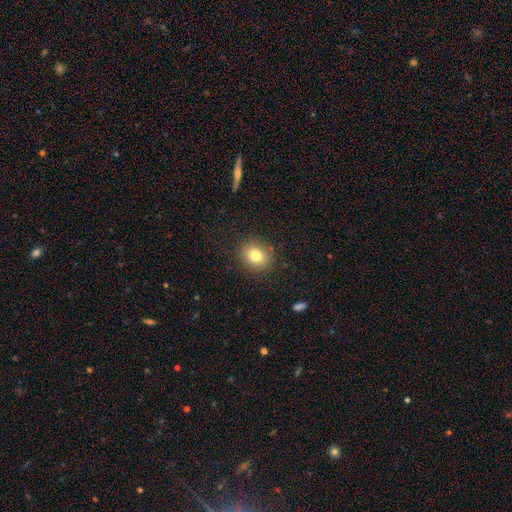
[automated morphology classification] Smooth or featured? smooth (80%)
How rounded? round (59%)
Merging? none (88%)